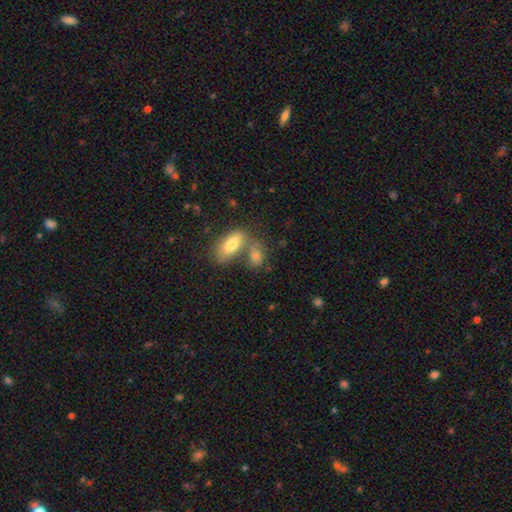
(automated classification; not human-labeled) A smooth galaxy with no disk features (77%) that is in between round and cigar-shaped (81%).

Vote fractions:
- Smooth or featured? smooth: 77% / featured or disk: 14% / star or artifact: 9%
- How rounded? in between: 81% / round: 11% / cigar-shaped: 8%
- Merging? merger: 48% / none: 37% / minor disturbance: 10% / major disturbance: 5%